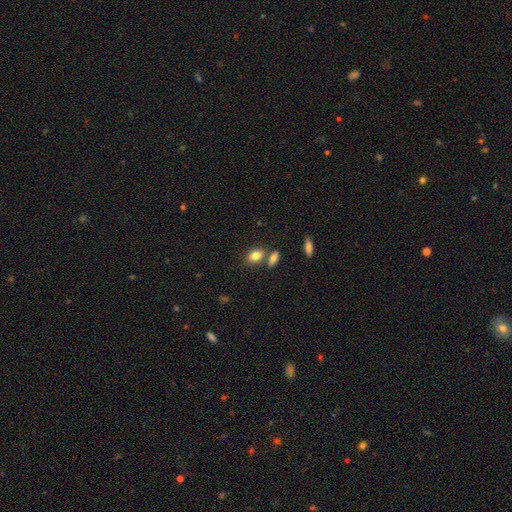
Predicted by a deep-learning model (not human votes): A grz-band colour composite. It shows a smooth galaxy with no disk features (82%) that is in between round and cigar-shaped (77%). Merging: none (60%).